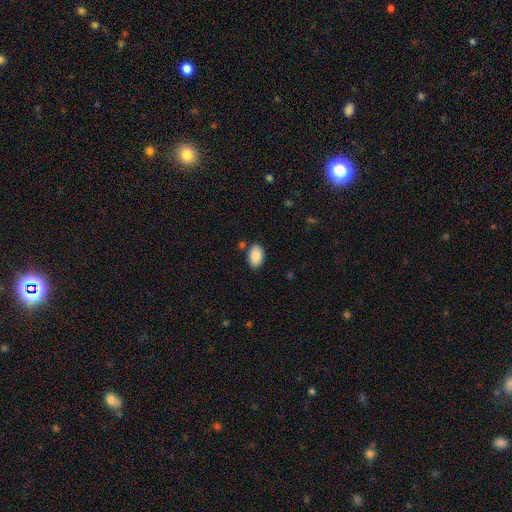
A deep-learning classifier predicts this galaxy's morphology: This appears to be a smooth galaxy with no disk features (89%) that is in between round and cigar-shaped (90%). Merging: none (83%).